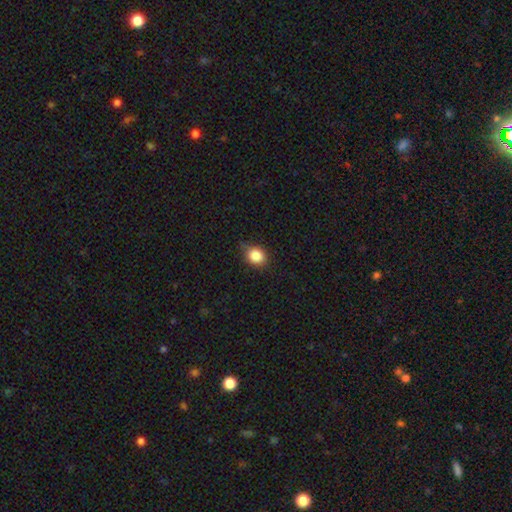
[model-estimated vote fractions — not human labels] A smooth galaxy with no disk features (85%) that is round (71%). Merging: none (77%).